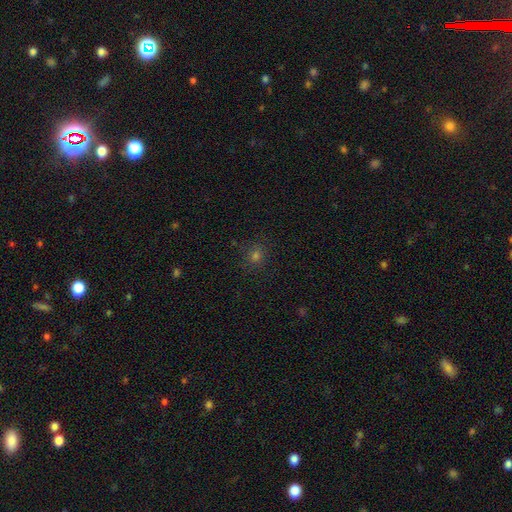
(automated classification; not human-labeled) smooth-or-featured: smooth: 68% | star or artifact: 26% | featured or disk: 6%
  how-rounded: round: 88% | in between: 11% | cigar-shaped: 1%
  merging: none: 86% | minor disturbance: 9% | major disturbance: 3% | merger: 1%